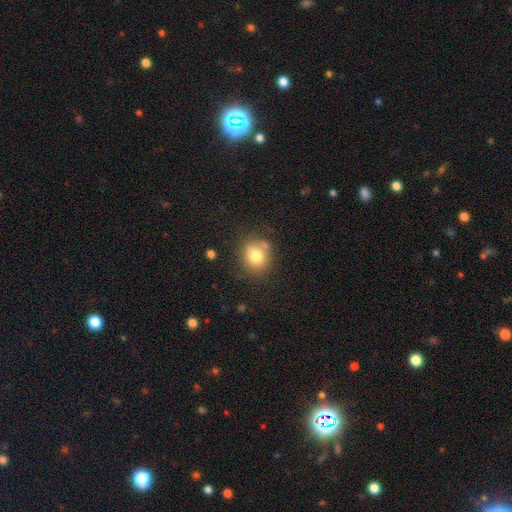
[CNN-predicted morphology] type=smooth (78%); roundness=round (70%); merging=none (66%).